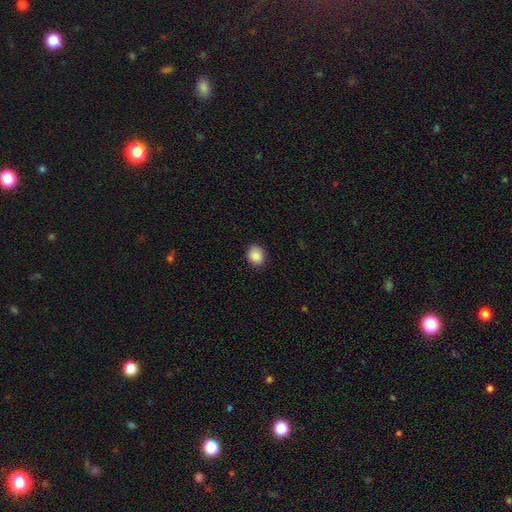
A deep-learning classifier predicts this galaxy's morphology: The model was most divided on "how rounded": round: 58%, in between: 41%, cigar-shaped: 1%. More confident: smooth or featured — smooth (89%); merging — none (87%).